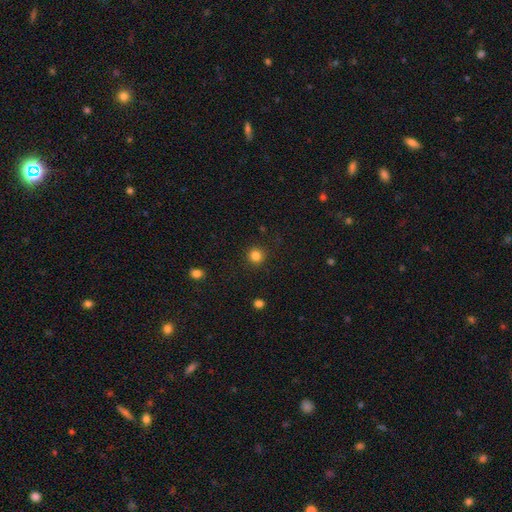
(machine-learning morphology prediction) type=smooth (83%); roundness=round (94%); merging=none (91%).